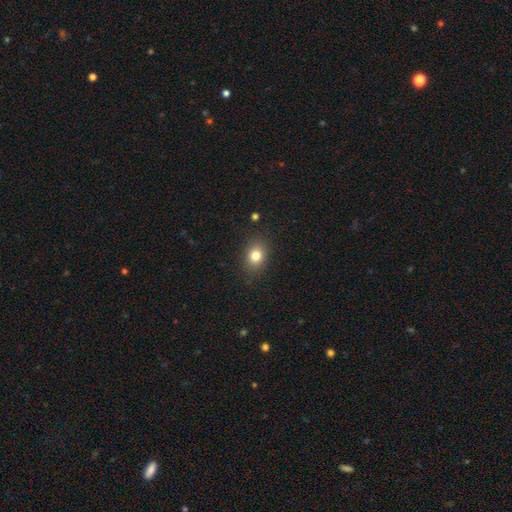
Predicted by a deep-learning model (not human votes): smooth 80%, star or artifact 11%, featured or disk 8%. Down the decision tree: how rounded — in between (54%); merging — none (86%).